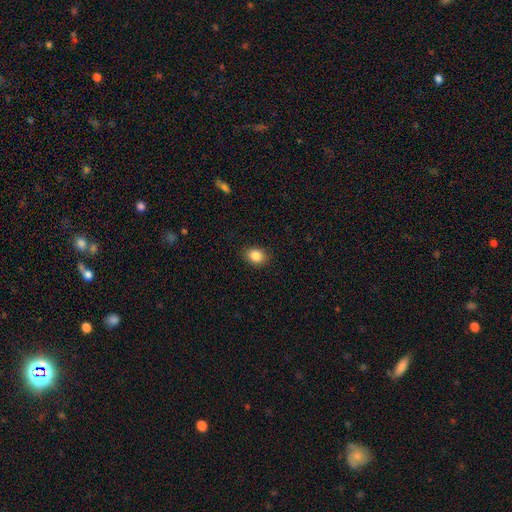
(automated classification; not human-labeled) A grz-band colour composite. It shows a smooth galaxy with no disk features (87%) that is in between round and cigar-shaped (50%). Merging: none (87%).